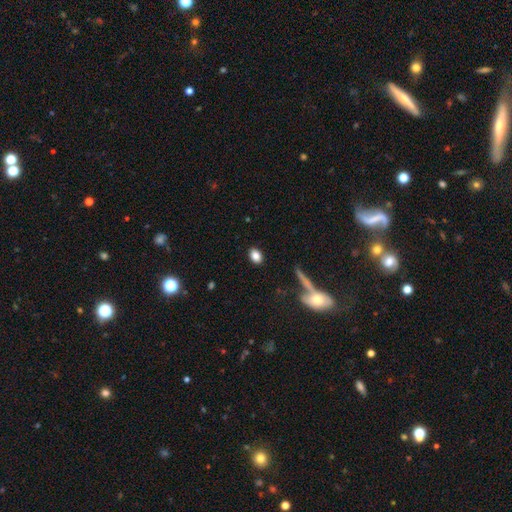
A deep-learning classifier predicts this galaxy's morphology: Q: Smooth or featured?
A: smooth (83%); runner-up: star or artifact (8%)
Q: How rounded?
A: in between (79%); runner-up: round (19%)
Q: Merging?
A: none (86%); runner-up: minor disturbance (8%)